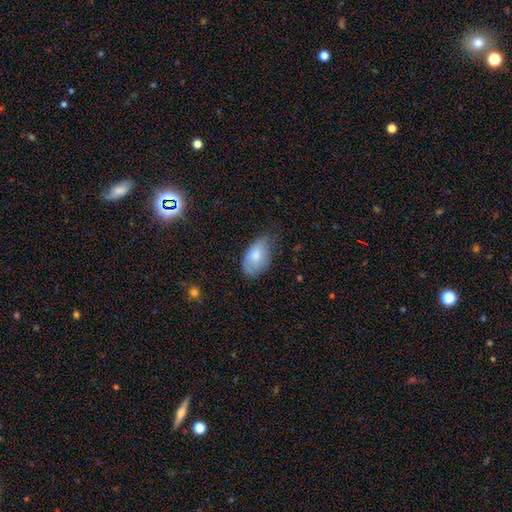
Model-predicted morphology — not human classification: This is likely a smooth galaxy (75%). How rounded: clearly in between (93%). Merging: possibly none (47%).